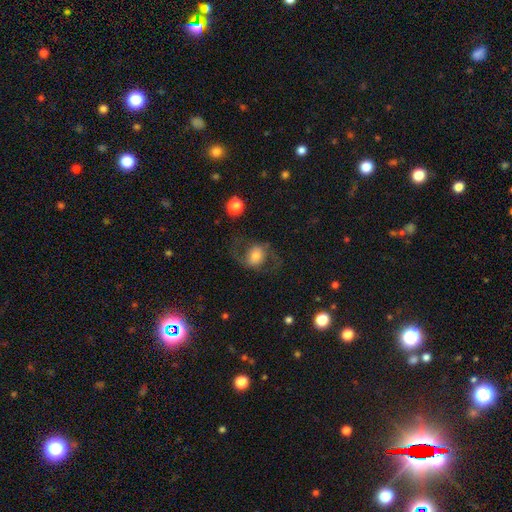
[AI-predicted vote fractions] Smooth or featured? featured or disk (54%)
Edge-on disk? no (95%)
Bar? no (63%)
Spiral arms? yes (78%)
Bulge size? moderate (47%)
Merging? none (62%)